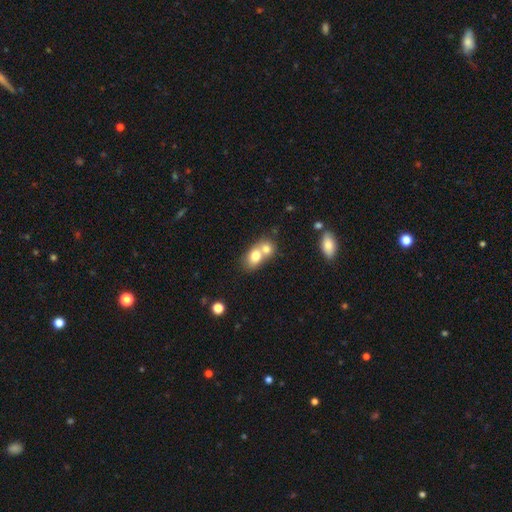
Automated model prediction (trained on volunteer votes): The model was most divided on "how rounded": in between: 63%, round: 35%, cigar-shaped: 2%. More confident: smooth or featured — smooth (74%); merging — merger (69%).